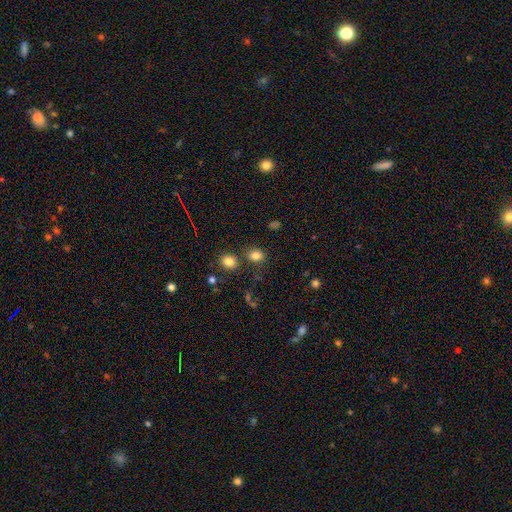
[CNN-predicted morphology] Smooth or featured?
  - smooth: 81% *
  - star or artifact: 13%
  - featured or disk: 6%
How rounded?
  - round: 52% *
  - in between: 47%
  - cigar-shaped: 1%
Merging?
  - none: 74% *
  - merger: 12%
  - minor disturbance: 11%
  - major disturbance: 4%